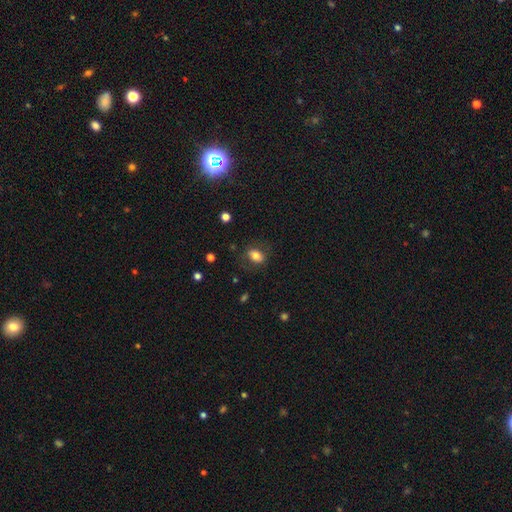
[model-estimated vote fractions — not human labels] Smooth or featured?
  - smooth: 76% *
  - featured or disk: 14%
  - star or artifact: 9%
How rounded?
  - in between: 80% *
  - round: 18%
  - cigar-shaped: 2%
Merging?
  - none: 76% *
  - minor disturbance: 15%
  - major disturbance: 7%
  - merger: 1%